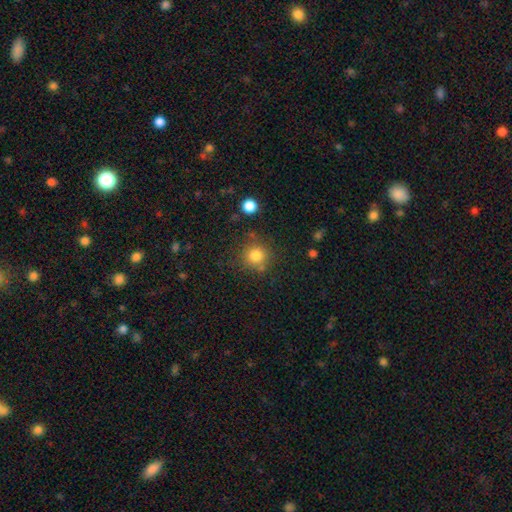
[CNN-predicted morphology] Smooth or featured?
  - smooth: 81% *
  - star or artifact: 12%
  - featured or disk: 7%
How rounded?
  - round: 91% *
  - in between: 8%
  - cigar-shaped: 1%
Merging?
  - none: 76% *
  - minor disturbance: 12%
  - merger: 7%
  - major disturbance: 5%